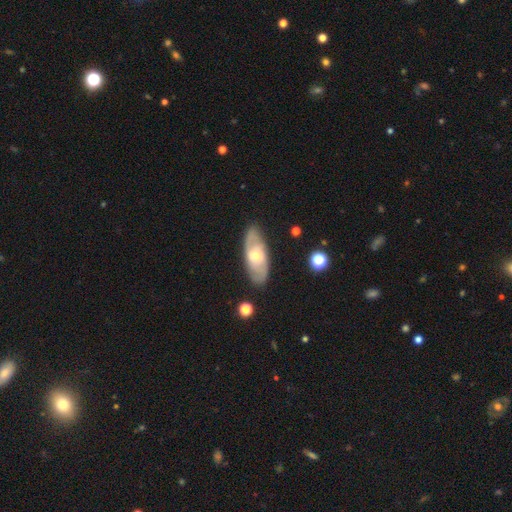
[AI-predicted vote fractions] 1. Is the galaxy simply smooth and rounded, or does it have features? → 63% featured or disk, 30% smooth, 6% star or artifact.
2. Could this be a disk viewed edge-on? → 85% no, 15% yes.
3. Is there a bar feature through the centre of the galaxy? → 62% no, 31% weak, 7% strong.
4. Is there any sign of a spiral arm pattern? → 74% yes, 26% no.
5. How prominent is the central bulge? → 51% moderate, 45% small, 2% large, 1% none, 1% dominant.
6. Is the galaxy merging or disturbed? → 82% none, 13% minor disturbance, 3% major disturbance, 2% merger.